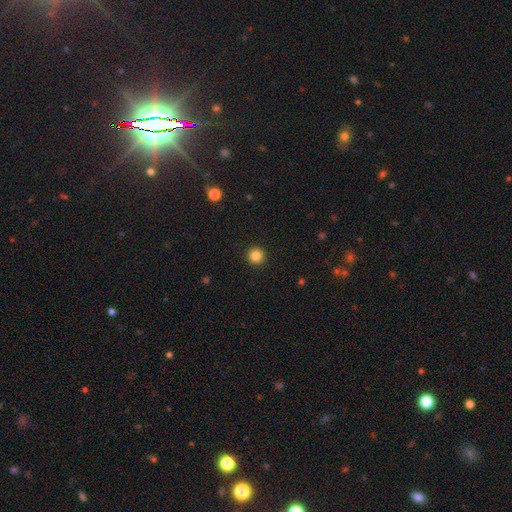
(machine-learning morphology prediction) This is clearly a smooth galaxy (84%). How rounded: clearly round (96%). Merging: clearly none (93%).